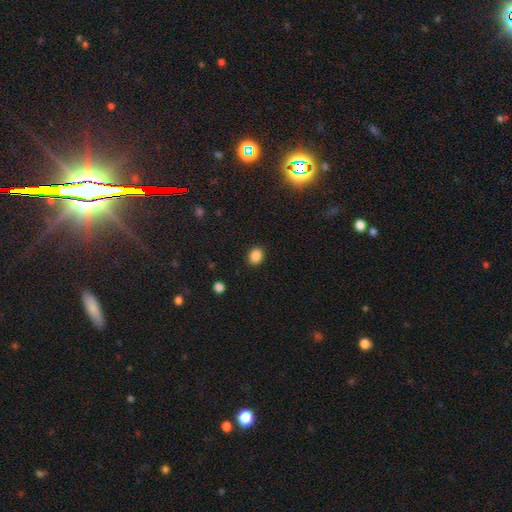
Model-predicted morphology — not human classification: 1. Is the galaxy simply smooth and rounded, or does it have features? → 87% smooth, 10% star or artifact, 3% featured or disk.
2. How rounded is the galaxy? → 56% in between, 43% round, 1% cigar-shaped.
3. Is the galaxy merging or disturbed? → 89% none, 8% minor disturbance, 2% major disturbance, 1% merger.